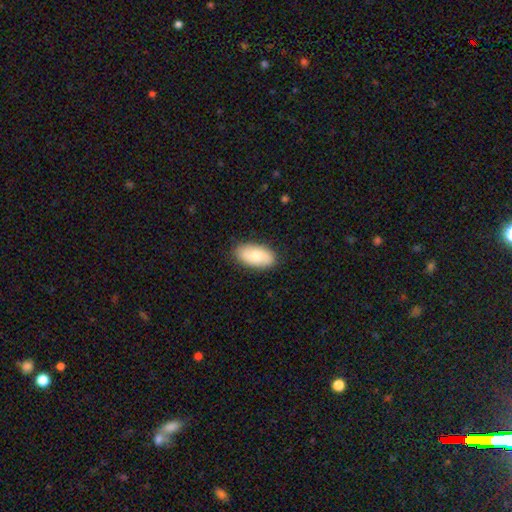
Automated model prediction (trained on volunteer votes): This is likely a smooth galaxy (74%). How rounded: clearly in between (94%). Merging: clearly none (86%).